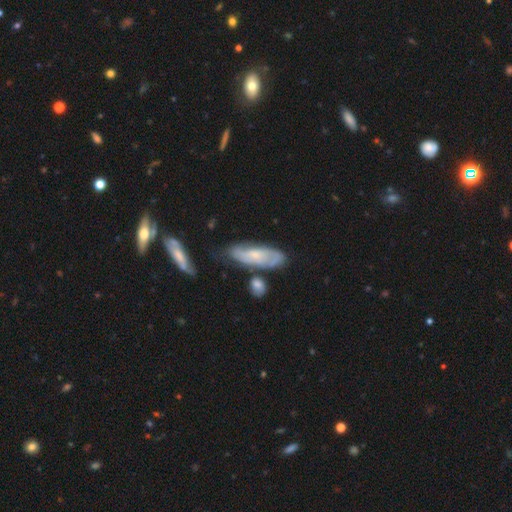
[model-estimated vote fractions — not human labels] smooth-or-featured: featured or disk: 55% | smooth: 38% | star or artifact: 7%
  disk-edge-on: no: 80% | yes: 20%
  merging: none: 61% | minor disturbance: 21% | merger: 10% | major disturbance: 7%